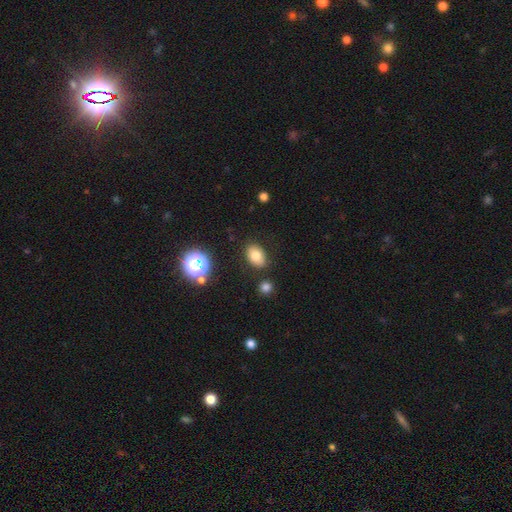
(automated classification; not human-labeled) smooth 78%, star or artifact 12%, featured or disk 10%. Down the decision tree: how rounded — in between (83%); merging — none (84%).